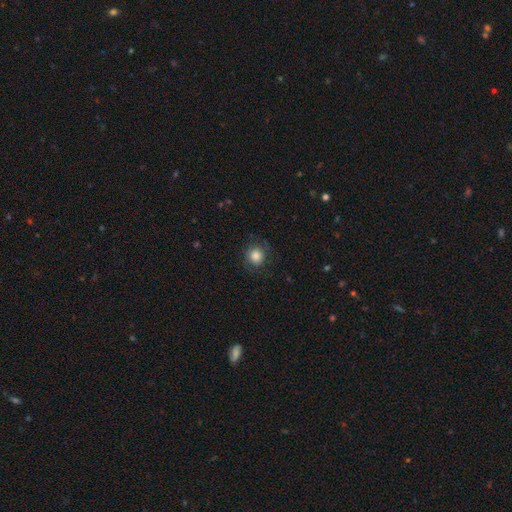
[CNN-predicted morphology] smooth-or-featured: smooth: 81% | featured or disk: 10% | star or artifact: 9%
  how-rounded: round: 91% | in between: 8% | cigar-shaped: 1%
  merging: none: 80% | minor disturbance: 13% | major disturbance: 6% | merger: 1%